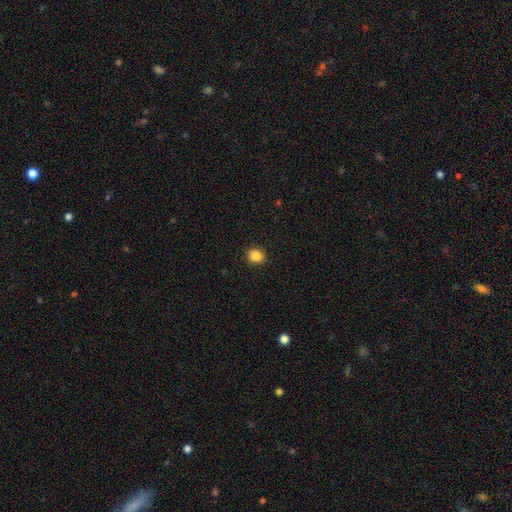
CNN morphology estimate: smooth-or-featured: smooth: 86% | star or artifact: 10% | featured or disk: 4%
  how-rounded: round: 72% | in between: 28% | cigar-shaped: 1%
  merging: none: 92% | minor disturbance: 6% | major disturbance: 2% | merger: 1%